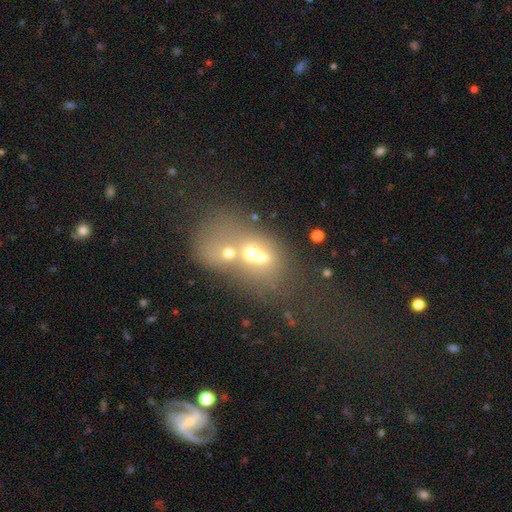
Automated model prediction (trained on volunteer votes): Morphology: type=smooth (47%); merging=merger (73%).